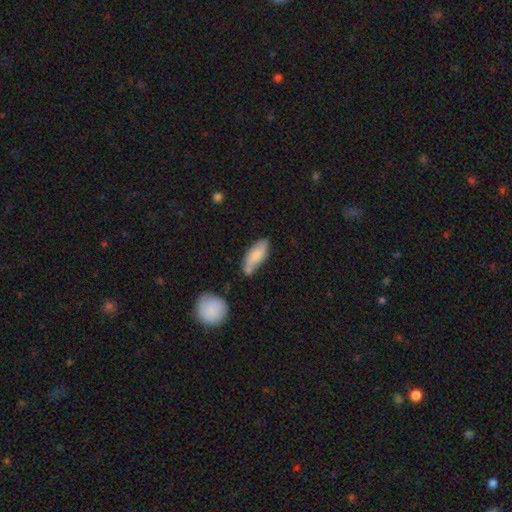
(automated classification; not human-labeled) A smooth galaxy with no disk features (74%) that is in between round and cigar-shaped (74%). Merging: none (59%).